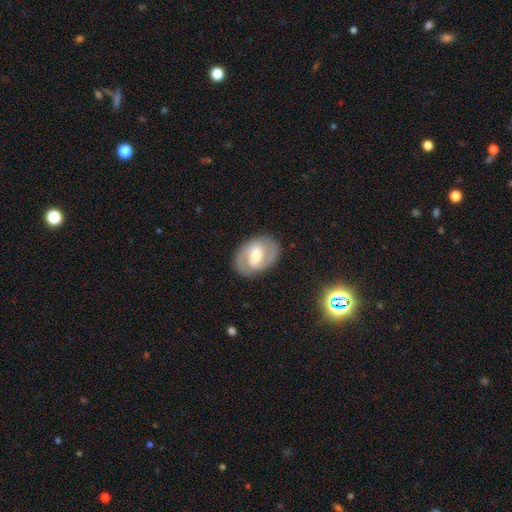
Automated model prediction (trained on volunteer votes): Smooth or featured? Predicted: featured or disk (p=0.76). Edge-on disk? Predicted: no (p=0.96). Bar? Predicted: weak (p=0.45). Spiral arms? Predicted: yes (p=0.84). Spiral winding? Predicted: medium (p=0.48). Spiral arm count? Predicted: 2 (p=0.87). Bulge size? Predicted: moderate (p=0.57). Merging? Predicted: none (p=0.84).